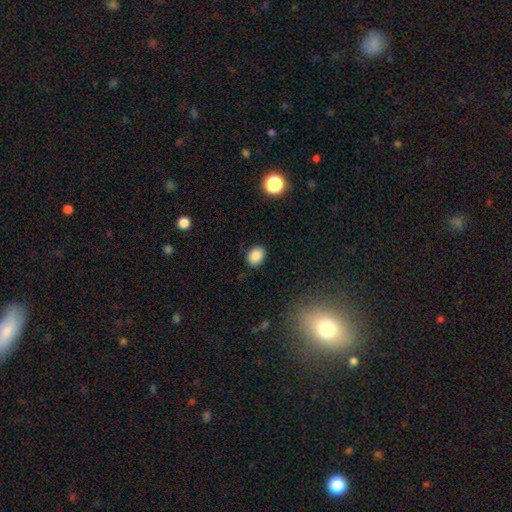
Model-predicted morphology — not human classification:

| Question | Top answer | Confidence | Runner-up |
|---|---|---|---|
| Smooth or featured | smooth | 87% | star or artifact (9%) |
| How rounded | in between | 62% | round (37%) |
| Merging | none | 85% | minor disturbance (11%) |